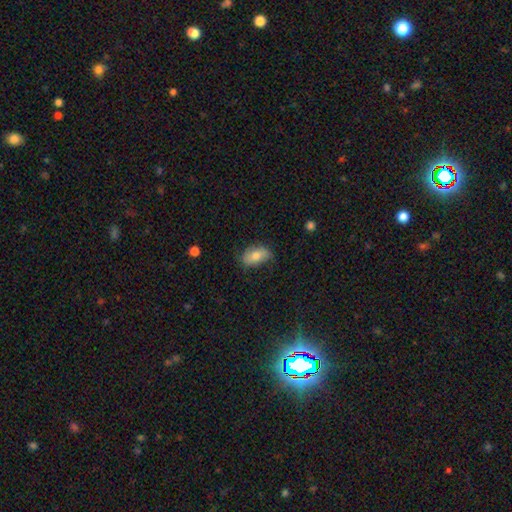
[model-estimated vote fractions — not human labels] A smooth galaxy with no disk features (71%) that is in between round and cigar-shaped (90%).

Vote fractions:
- Smooth or featured? smooth: 71% / featured or disk: 21% / star or artifact: 8%
- How rounded? in between: 90% / round: 7% / cigar-shaped: 3%
- Merging? none: 69% / minor disturbance: 24% / major disturbance: 6% / merger: 1%